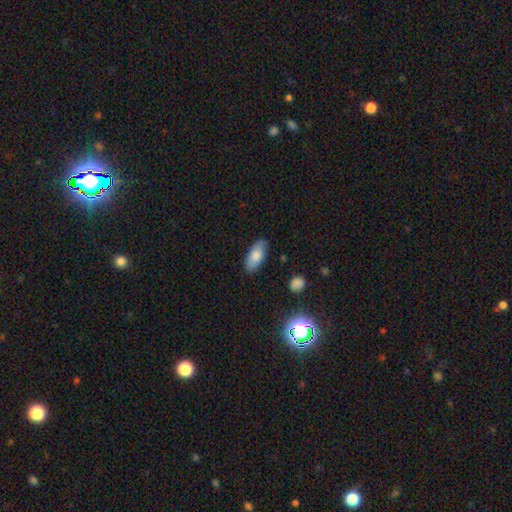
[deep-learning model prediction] Smooth or featured? smooth (79%)
How rounded? in between (87%)
Merging? none (82%)